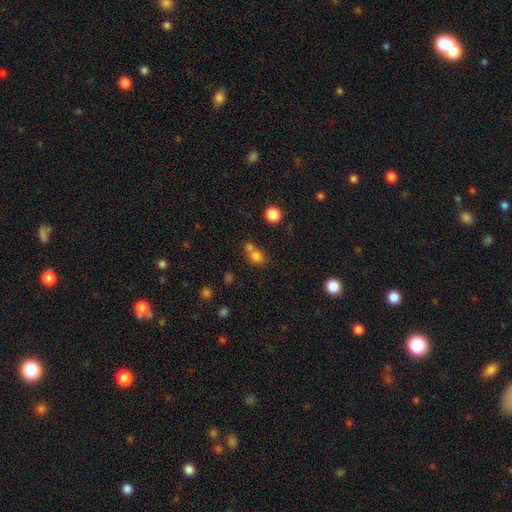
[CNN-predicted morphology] Smooth or featured? Predicted: smooth (p=0.76). How rounded? Predicted: round (p=0.73). Merging? Predicted: merger (p=0.46).